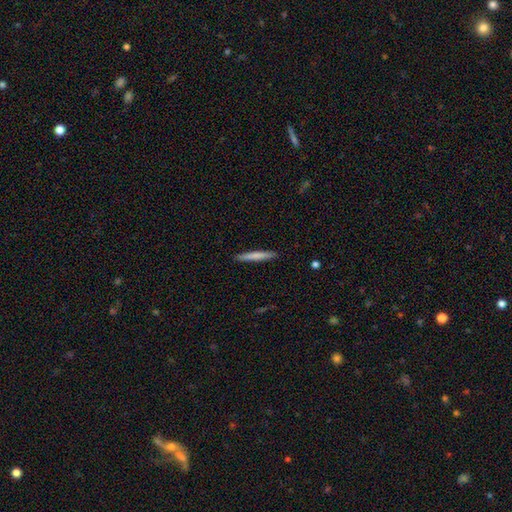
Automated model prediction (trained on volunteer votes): smooth 70%, featured or disk 25%, star or artifact 5%. Down the decision tree: how rounded — cigar-shaped (96%); merging — none (91%).